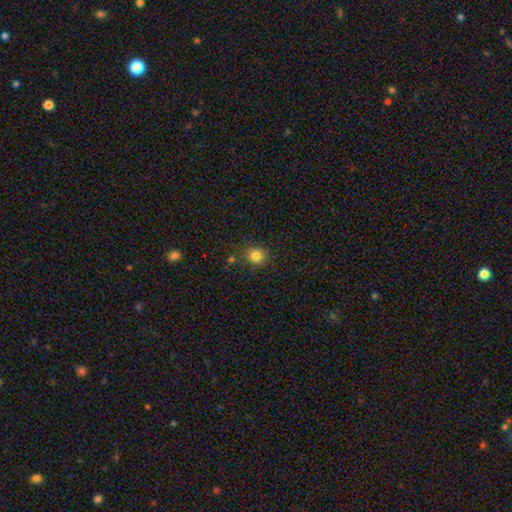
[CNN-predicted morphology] Smooth or featured? Predicted: smooth (p=0.82). How rounded? Predicted: round (p=0.88). Merging? Predicted: none (p=0.85).